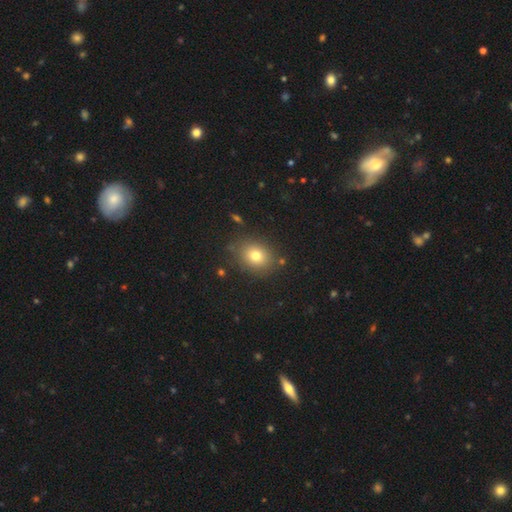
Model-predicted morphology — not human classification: A smooth galaxy with no disk features (77%) that is in between round and cigar-shaped (50%). Merging: none (82%).